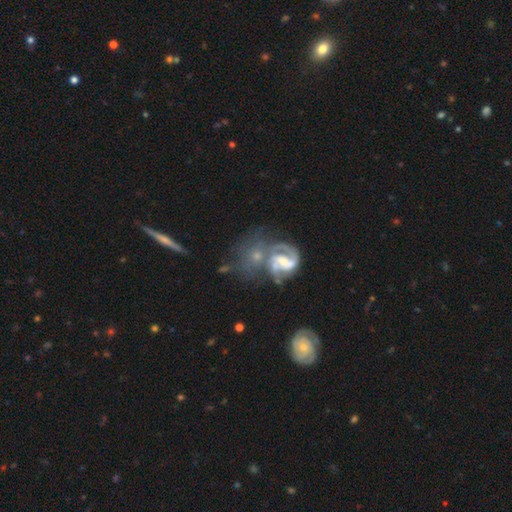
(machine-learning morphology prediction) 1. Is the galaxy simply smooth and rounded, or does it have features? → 68% featured or disk, 17% star or artifact, 16% smooth.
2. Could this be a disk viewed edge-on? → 91% no, 9% yes.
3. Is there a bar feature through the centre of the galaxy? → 57% no, 32% weak, 12% strong.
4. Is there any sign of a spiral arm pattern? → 71% yes, 29% no.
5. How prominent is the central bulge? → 41% moderate, 31% small, 14% none, 10% large, 3% dominant.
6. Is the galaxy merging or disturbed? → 35% merger, 33% none, 19% major disturbance, 13% minor disturbance.